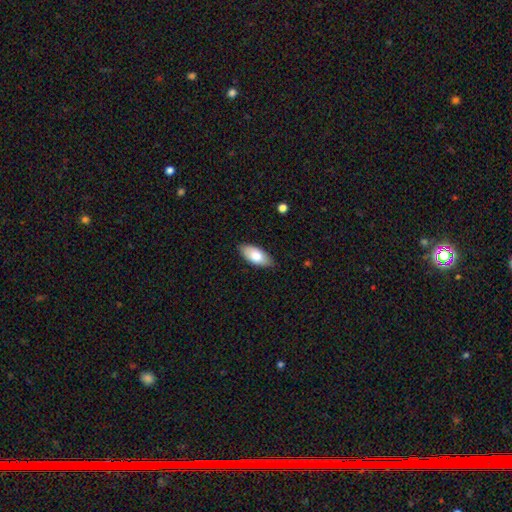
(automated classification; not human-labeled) Q: Smooth or featured?
A: smooth (79%); runner-up: featured or disk (15%)
Q: How rounded?
A: in between (91%); runner-up: cigar-shaped (7%)
Q: Merging?
A: none (85%); runner-up: minor disturbance (12%)